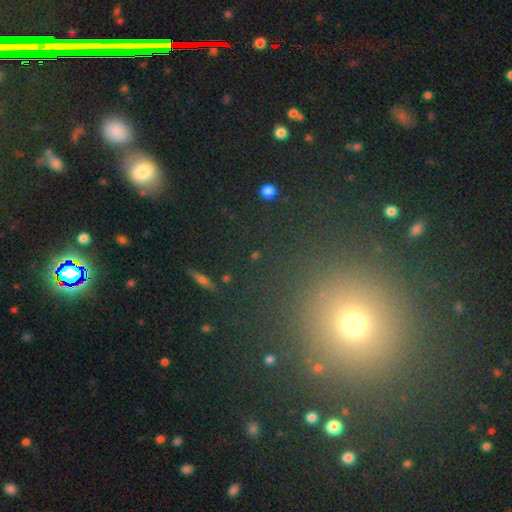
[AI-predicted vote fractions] star or artifact 42%, smooth 40%, featured or disk 17%.